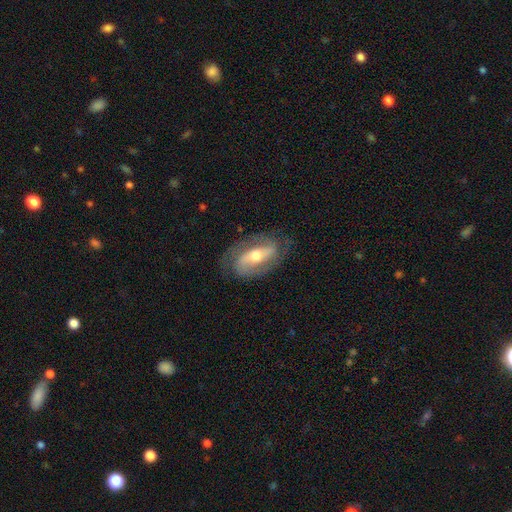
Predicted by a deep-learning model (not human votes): Q: Smooth or featured?
A: featured or disk (77%); runner-up: smooth (17%)
Q: Edge-on disk?
A: no (91%); runner-up: yes (9%)
Q: Bar?
A: strong (48%); runner-up: weak (30%)
Q: Spiral arms?
A: yes (85%); runner-up: no (15%)
Q: Spiral winding?
A: medium (44%); runner-up: tight (31%)
Q: Spiral arm count?
A: 2 (84%); runner-up: can't tell (9%)
Q: Bulge size?
A: moderate (67%); runner-up: small (24%)
Q: Merging?
A: none (76%); runner-up: minor disturbance (15%)